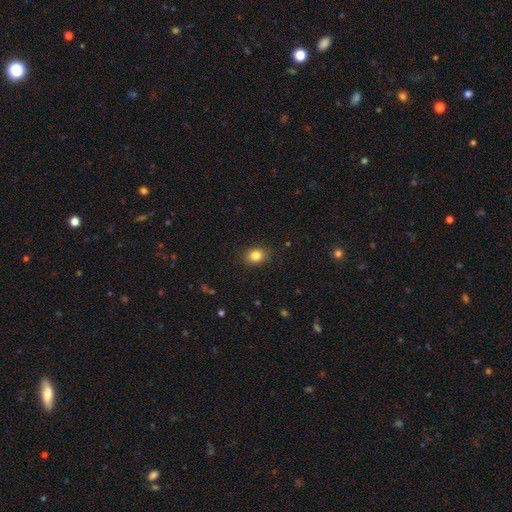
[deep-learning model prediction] smooth_or_featured: smooth (p=0.84) [alt: star or artifact p=0.10]
how_rounded: round (p=0.56) [alt: in between p=0.43]
merging: none (p=0.87) [alt: minor disturbance p=0.10]